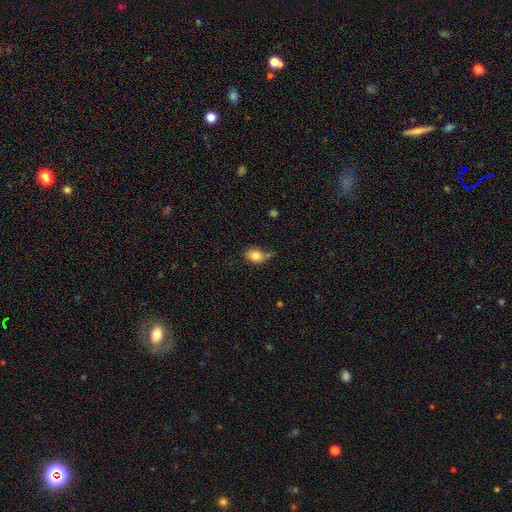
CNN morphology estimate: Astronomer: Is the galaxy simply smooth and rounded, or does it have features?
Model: smooth — 80%.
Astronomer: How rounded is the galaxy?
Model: in between — 69%.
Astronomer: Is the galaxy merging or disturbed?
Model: none — 54%.